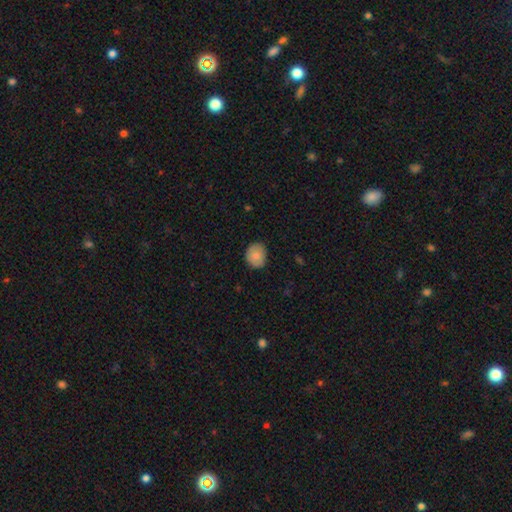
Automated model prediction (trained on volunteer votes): Smooth or featured: smooth — 86% (star or artifact — 7%)
How rounded: round — 66% (in between — 33%)
Merging: none — 77% (minor disturbance — 19%)